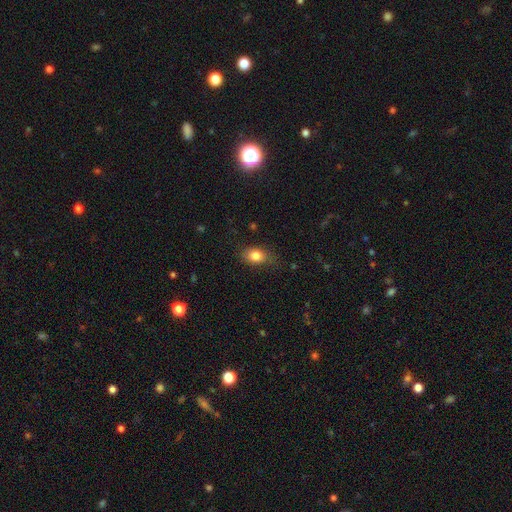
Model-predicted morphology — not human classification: type=smooth (83%); roundness=in between (78%); merging=none (73%).